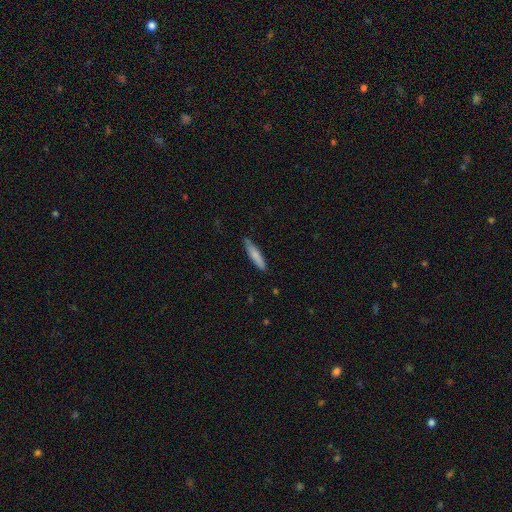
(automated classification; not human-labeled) This appears to be a smooth galaxy with no disk features (79%) that is cigar-shaped (86%). Merging: none (86%).